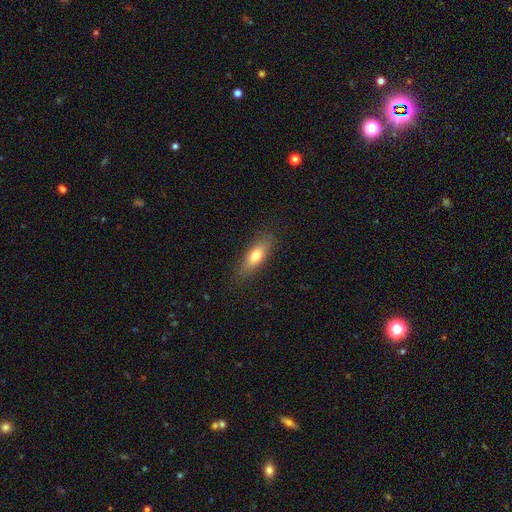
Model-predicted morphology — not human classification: The model was most divided on "how rounded": in between: 59%, cigar-shaped: 38%, round: 3%. More confident: merging — none (82%); smooth or featured — smooth (69%).